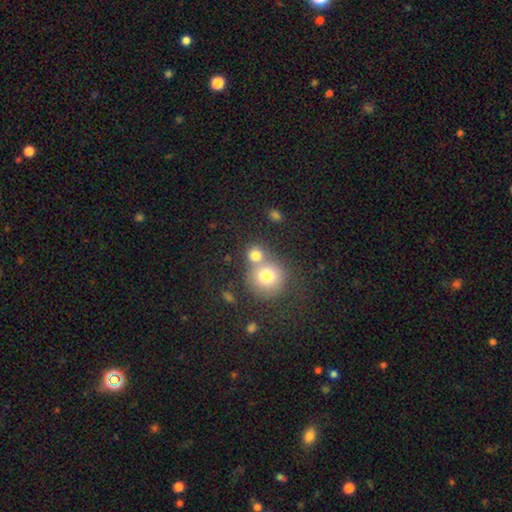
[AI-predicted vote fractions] A smooth galaxy with no disk features (77%) that is round (86%).

Vote fractions:
- Smooth or featured? smooth: 77% / star or artifact: 12% / featured or disk: 10%
- How rounded? round: 86% / in between: 13% / cigar-shaped: 1%
- Merging? none: 46% / merger: 43% / minor disturbance: 7% / major disturbance: 4%